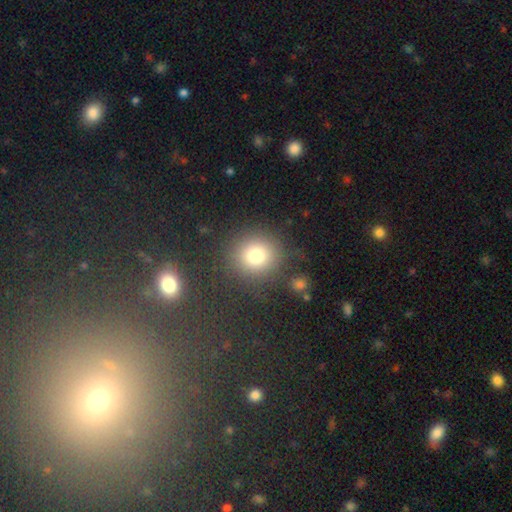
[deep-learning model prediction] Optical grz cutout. It shows a smooth galaxy with no disk features (78%) that is round (88%). Merging: none (80%).